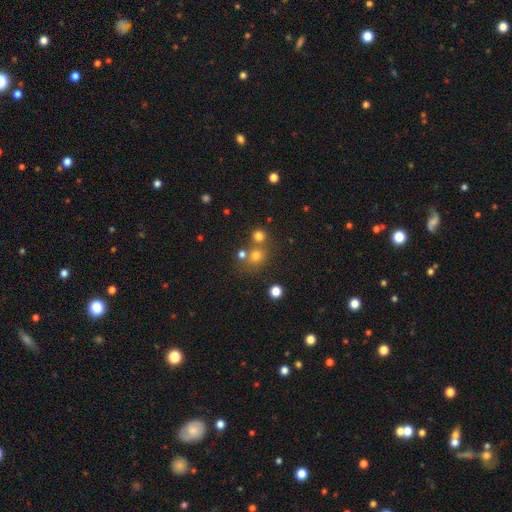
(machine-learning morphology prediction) type=smooth (71%); roundness=round (85%); merging=none (62%).